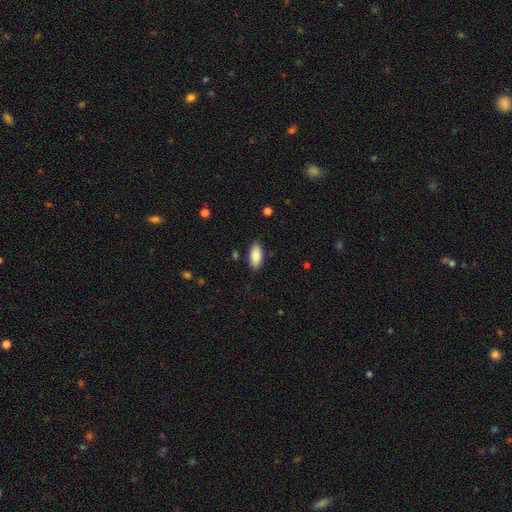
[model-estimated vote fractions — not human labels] Morphology: type=smooth (89%); roundness=in between (91%); merging=none (87%).